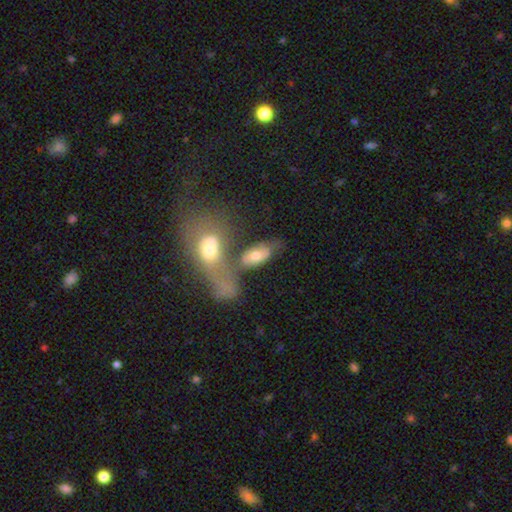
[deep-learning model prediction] Overall: smooth (60%; featured or disk 31%). How rounded: in between (86%). Merging: merger (42%; none 32%).